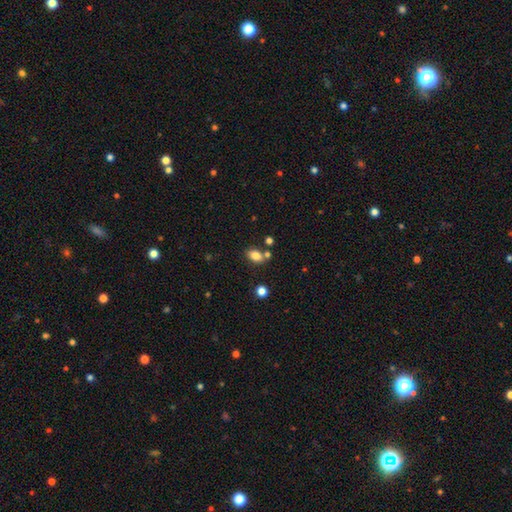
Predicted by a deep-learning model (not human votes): smooth 82%, star or artifact 11%, featured or disk 7%. Down the decision tree: how rounded — in between (79%); merging — none (68%).